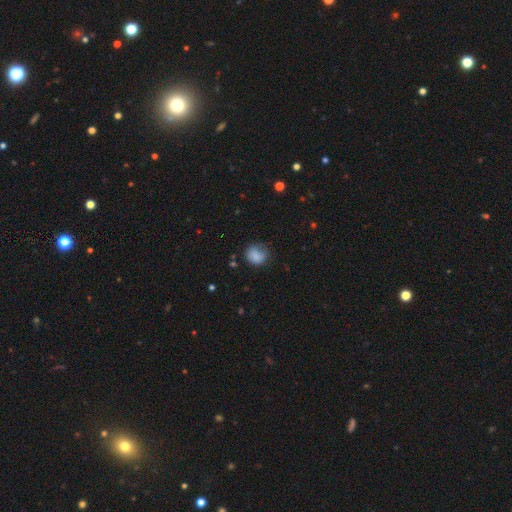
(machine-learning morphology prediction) A smooth galaxy with no disk features (82%) that is round (71%).

Vote fractions:
- Smooth or featured? smooth: 82% / star or artifact: 10% / featured or disk: 8%
- How rounded? round: 71% / in between: 28% / cigar-shaped: 1%
- Merging? none: 58% / minor disturbance: 28% / major disturbance: 12% / merger: 3%